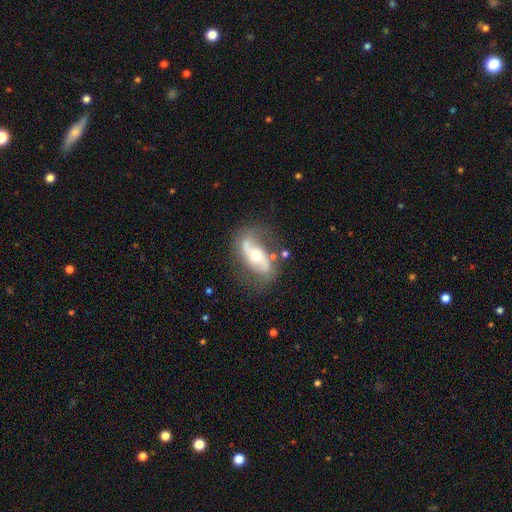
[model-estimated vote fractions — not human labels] A featured or disk galaxy (79%) with no bar (49%), 2 (87%) loose (59%) spiral arms (87%) and a moderate central bulge (69%). Merging: none (69%).